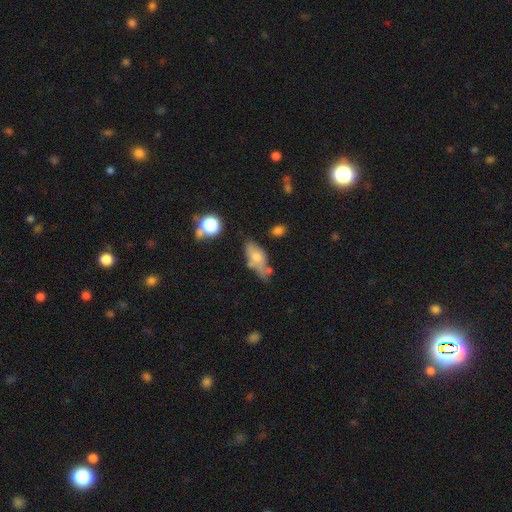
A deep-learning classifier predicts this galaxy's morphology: A smooth galaxy with no disk features (60%) that is in between round and cigar-shaped (79%). Merging: none (43%).